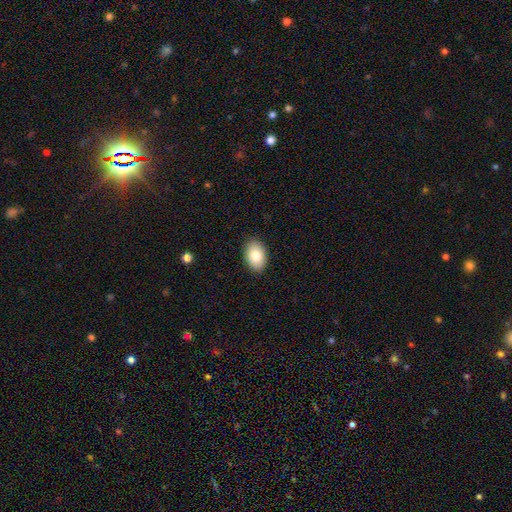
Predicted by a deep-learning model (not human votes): Overall: smooth (82%). How rounded: in between (87%). Merging: none (89%).